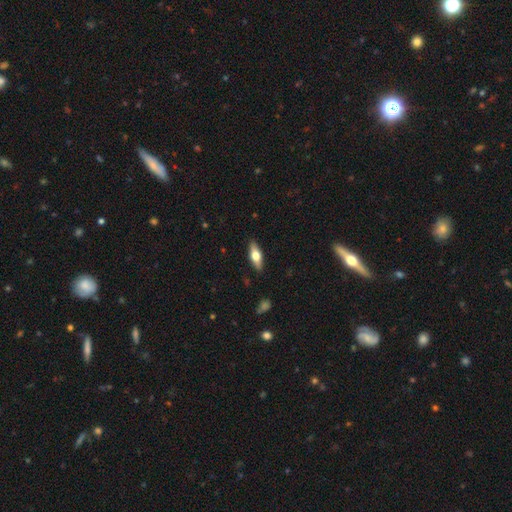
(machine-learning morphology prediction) A smooth galaxy with no disk features (54%) that is in between round and cigar-shaped (62%).

Vote fractions:
- Smooth or featured? smooth: 54% / featured or disk: 40% / star or artifact: 6%
- How rounded? in between: 62% / cigar-shaped: 35% / round: 3%
- Merging? none: 88% / minor disturbance: 9% / major disturbance: 2% / merger: 1%